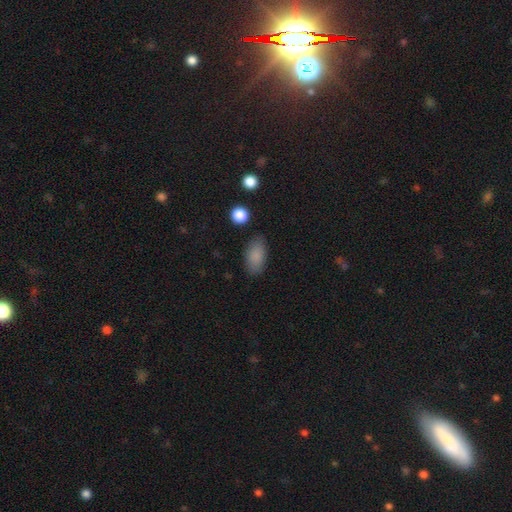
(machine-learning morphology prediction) Smooth or featured? smooth (86%)
How rounded? in between (92%)
Merging? none (81%)